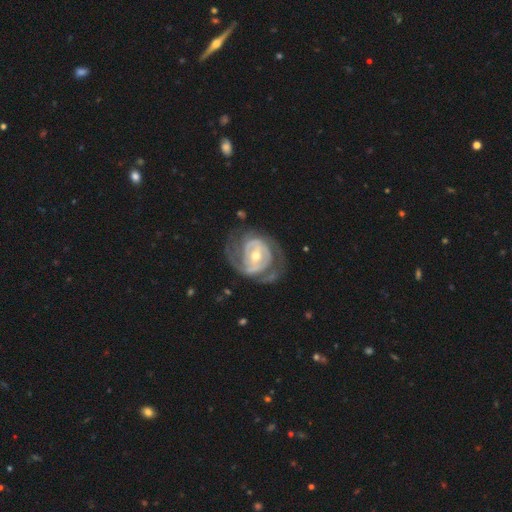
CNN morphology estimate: This is clearly a featured or disk galaxy (86%). It is clearly not viewed edge-on (97%). Bar: marginally weak (39%). Spiral arm pattern: clearly yes (87%). Spiral arm count: possibly 2 (56%). Spiral winding: possibly tight (50%). Central bulge: possibly moderate (60%). Merging: possibly none (59%).